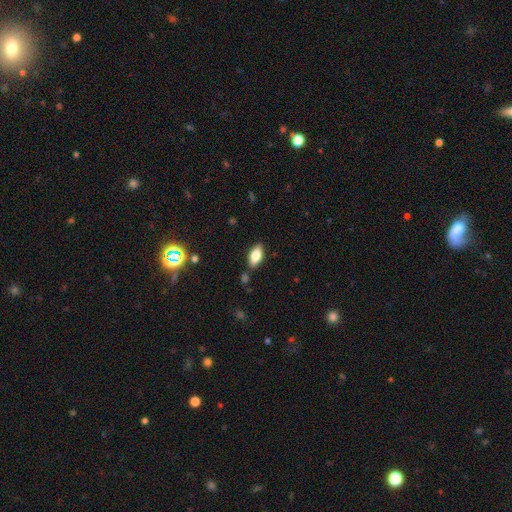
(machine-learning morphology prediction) Overall: smooth (75%). How rounded: in between (86%). Merging: none (83%).